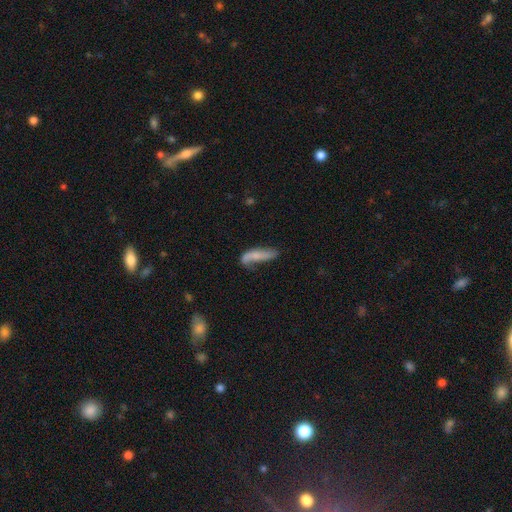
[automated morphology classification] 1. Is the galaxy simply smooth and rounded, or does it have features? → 59% smooth, 34% featured or disk, 7% star or artifact.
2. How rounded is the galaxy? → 64% cigar-shaped, 34% in between, 2% round.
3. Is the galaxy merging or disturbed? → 43% none, 32% minor disturbance, 19% major disturbance, 6% merger.